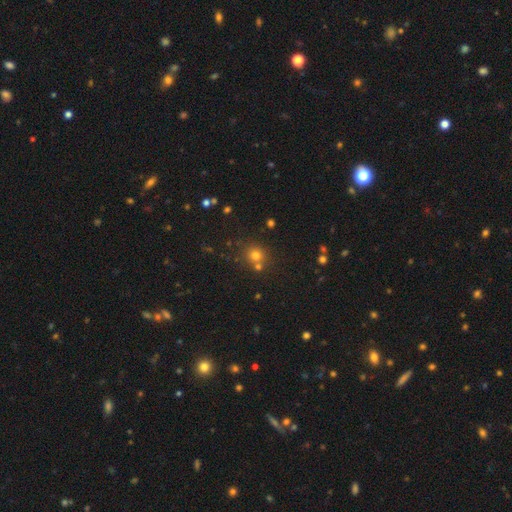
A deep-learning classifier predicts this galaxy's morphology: type=smooth (71%); roundness=round (88%); merging=none (67%).